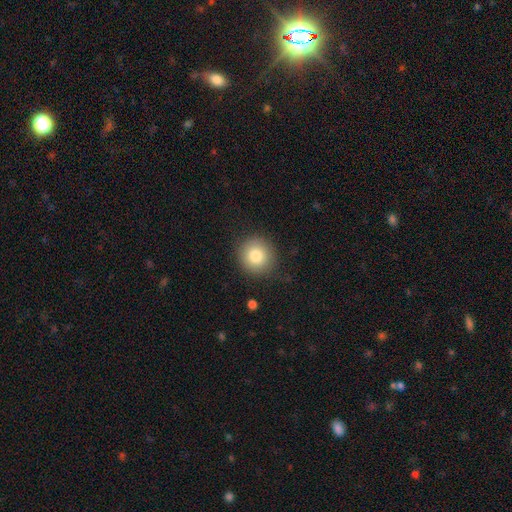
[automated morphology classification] smooth-or-featured: smooth: 82% | star or artifact: 9% | featured or disk: 9%
  how-rounded: round: 92% | in between: 7% | cigar-shaped: 1%
  merging: none: 86% | minor disturbance: 9% | major disturbance: 3% | merger: 1%